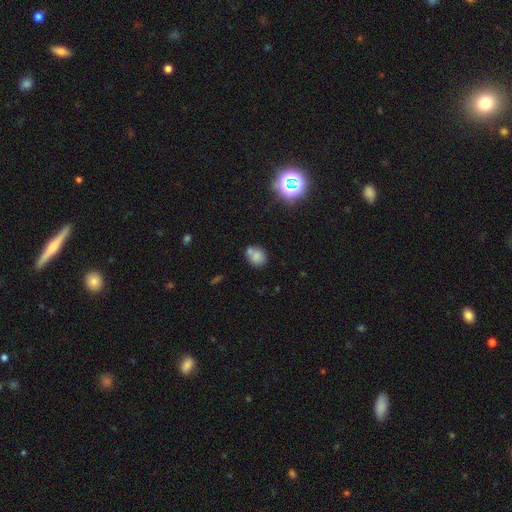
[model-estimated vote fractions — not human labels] smooth-or-featured: smooth: 75% | star or artifact: 13% | featured or disk: 12%
  how-rounded: round: 66% | in between: 33% | cigar-shaped: 1%
  merging: none: 54% | merger: 29% | minor disturbance: 13% | major disturbance: 4%